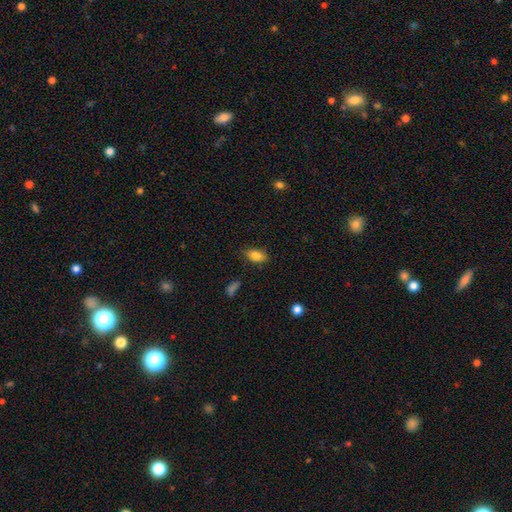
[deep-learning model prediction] smooth_or_featured: smooth (p=0.82) [alt: featured or disk p=0.09]
how_rounded: in between (p=0.87) [alt: round p=0.08]
merging: none (p=0.79) [alt: minor disturbance p=0.16]